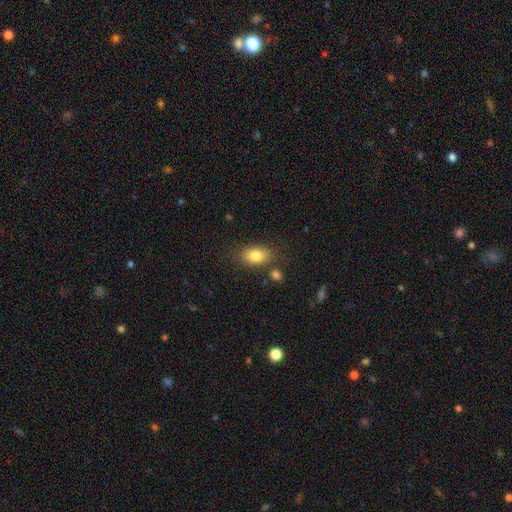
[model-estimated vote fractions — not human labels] Smooth or featured: smooth — 81% (featured or disk — 10%)
How rounded: in between — 86% (round — 12%)
Merging: none — 76% (minor disturbance — 14%)